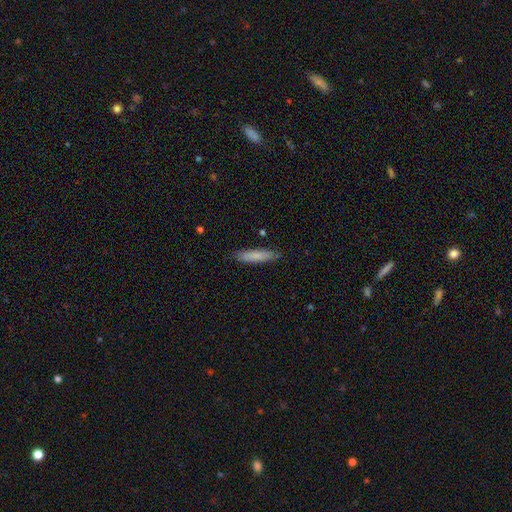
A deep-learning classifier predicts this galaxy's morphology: smooth_or_featured: smooth (p=0.81) [alt: featured or disk p=0.13]
how_rounded: cigar-shaped (p=0.82) [alt: in between p=0.17]
merging: none (p=0.86) [alt: minor disturbance p=0.10]